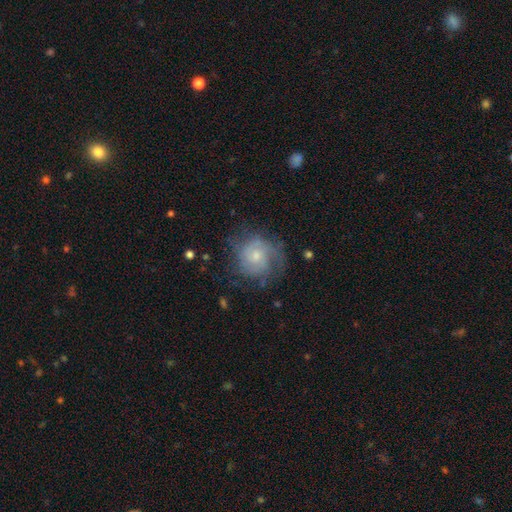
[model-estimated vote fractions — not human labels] Smooth or featured: featured or disk — 63% (smooth — 29%)
Edge-on disk: no — 98% (yes — 2%)
Bar: no — 75% (weak — 22%)
Spiral arms: yes — 83% (no — 17%)
Spiral winding: tight — 53% (medium — 35%)
Spiral arm count: can't tell — 43% (2 — 28%)
Bulge size: small — 52% (moderate — 40%)
Merging: none — 62% (minor disturbance — 23%)